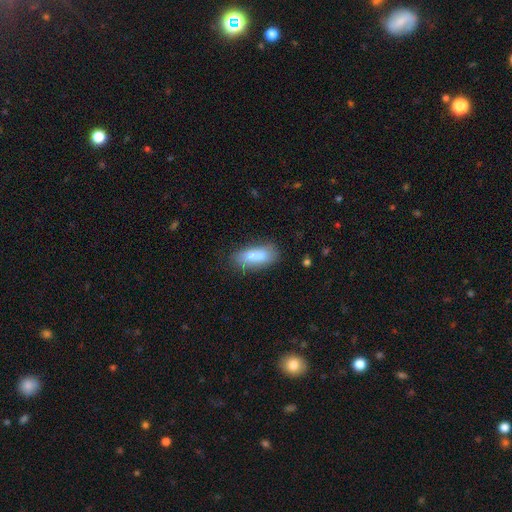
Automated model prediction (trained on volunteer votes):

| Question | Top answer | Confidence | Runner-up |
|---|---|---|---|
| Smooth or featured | smooth | 72% | featured or disk (20%) |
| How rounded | in between | 78% | cigar-shaped (19%) |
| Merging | none | 52% | minor disturbance (21%) |